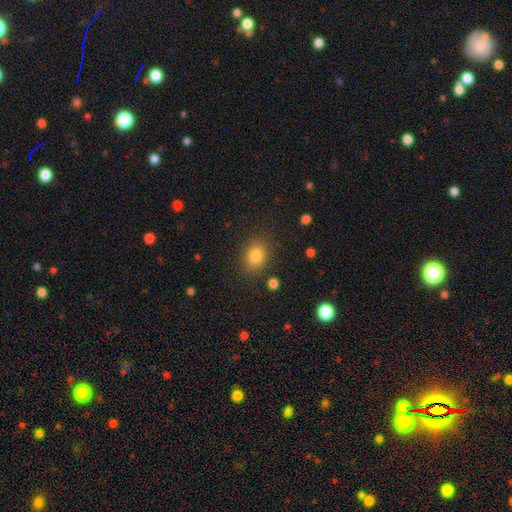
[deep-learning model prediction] Morphology: type=smooth (81%); roundness=round (57%); merging=none (86%).